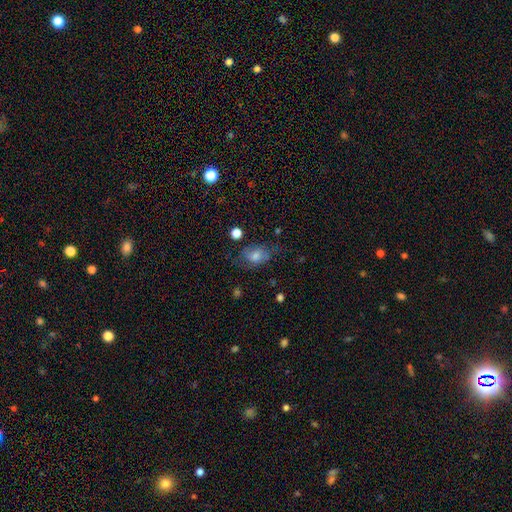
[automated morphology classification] smooth_or_featured: smooth (p=0.51) [alt: featured or disk p=0.33]
how_rounded: in between (p=0.68) [alt: round p=0.30]
merging: none (p=0.58) [alt: minor disturbance p=0.25]